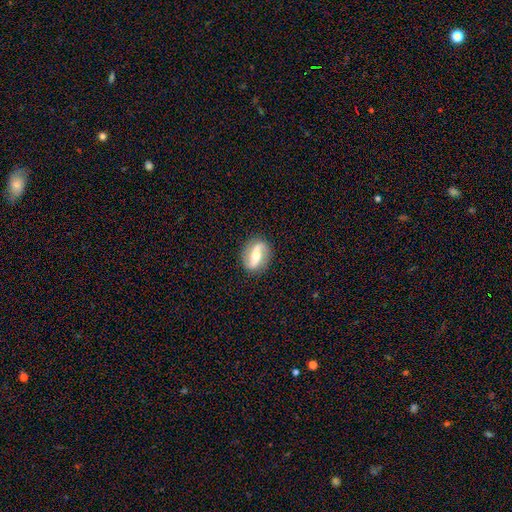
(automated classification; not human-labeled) The model was most divided on "bar": strong: 52%, weak: 29%, no: 19%. More confident: edge-on disk — no (94%); spiral arm count — 2 (92%); spiral arms — yes (89%); merging — none (87%); smooth or featured — featured or disk (78%); spiral winding — loose (66%); bulge size — moderate (62%).